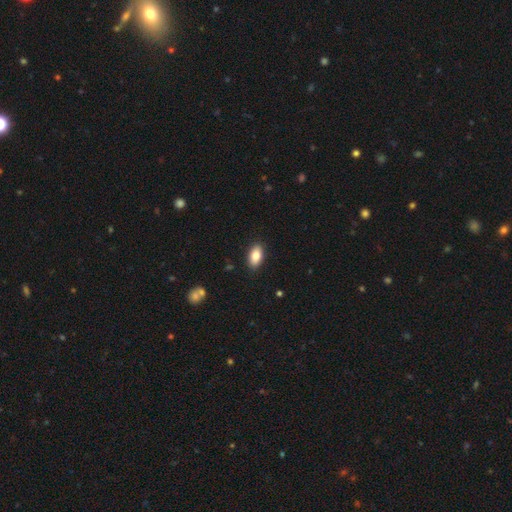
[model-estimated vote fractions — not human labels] smooth-or-featured: smooth: 84% | featured or disk: 9% | star or artifact: 7%
  how-rounded: in between: 92% | round: 4% | cigar-shaped: 3%
  merging: none: 89% | minor disturbance: 8% | major disturbance: 2% | merger: 1%